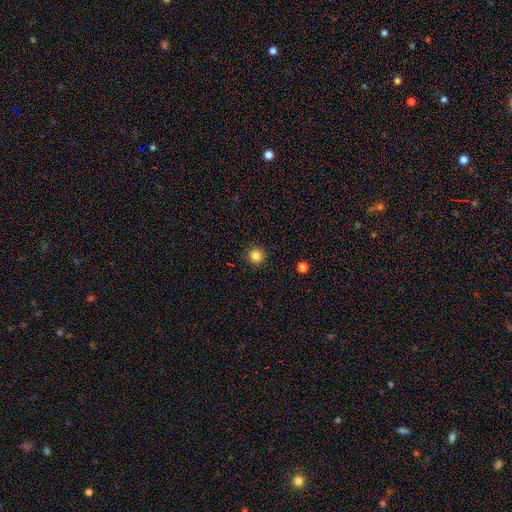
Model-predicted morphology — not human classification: Smooth or featured?
  - smooth: 84% *
  - star or artifact: 12%
  - featured or disk: 4%
How rounded?
  - round: 95% *
  - in between: 4%
  - cigar-shaped: 1%
Merging?
  - none: 92% *
  - minor disturbance: 5%
  - major disturbance: 2%
  - merger: 1%